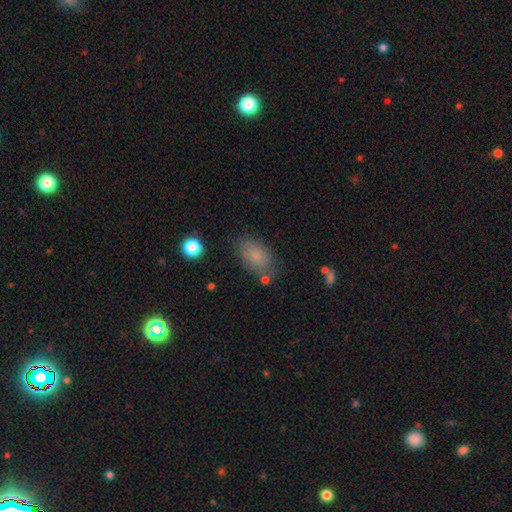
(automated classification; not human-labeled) smooth 76%, featured or disk 13%, star or artifact 10%. Down the decision tree: how rounded — in between (89%); merging — none (70%).